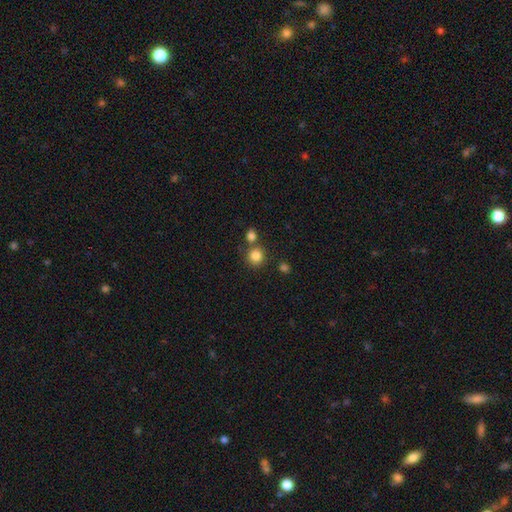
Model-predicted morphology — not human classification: A smooth galaxy with no disk features (84%) that is round (89%).

Vote fractions:
- Smooth or featured? smooth: 84% / star or artifact: 11% / featured or disk: 5%
- How rounded? round: 89% / in between: 10% / cigar-shaped: 1%
- Merging? none: 70% / merger: 19% / minor disturbance: 8% / major disturbance: 3%